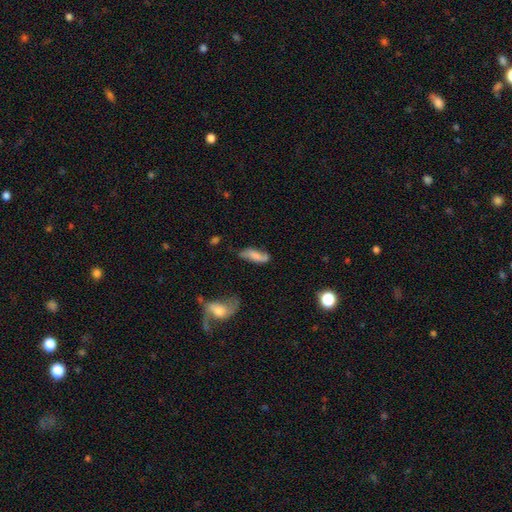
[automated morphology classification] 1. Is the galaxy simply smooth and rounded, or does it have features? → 60% smooth, 32% featured or disk, 8% star or artifact.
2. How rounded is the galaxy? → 63% in between, 34% cigar-shaped, 3% round.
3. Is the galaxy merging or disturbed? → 55% none, 29% minor disturbance, 11% major disturbance, 6% merger.